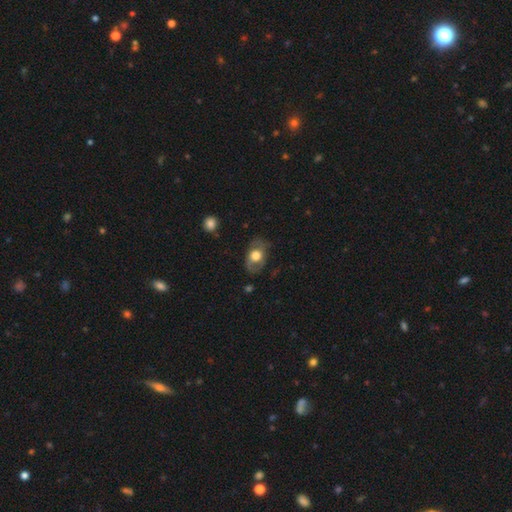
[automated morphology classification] Q: Smooth or featured?
A: smooth (49%); runner-up: featured or disk (44%)
Q: Merging?
A: none (67%); runner-up: minor disturbance (21%)